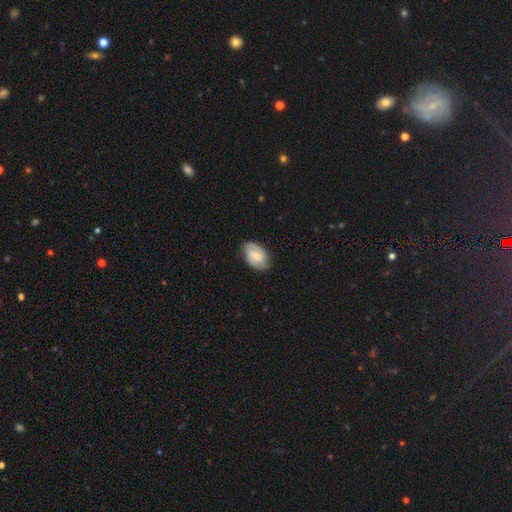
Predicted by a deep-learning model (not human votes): smooth_or_featured: featured or disk (p=0.69) [alt: smooth p=0.25]
disk_edge_on: no (p=0.97) [alt: yes p=0.03]
bar: weak (p=0.52) [alt: no p=0.35]
has_spiral_arms: yes (p=0.93) [alt: no p=0.07]
spiral_winding: medium (p=0.45) [alt: tight p=0.42]
spiral_arm_count: 2 (p=0.82) [alt: can't tell p=0.09]
bulge_size: small (p=0.48) [alt: moderate p=0.38]
merging: none (p=0.81) [alt: minor disturbance p=0.15]